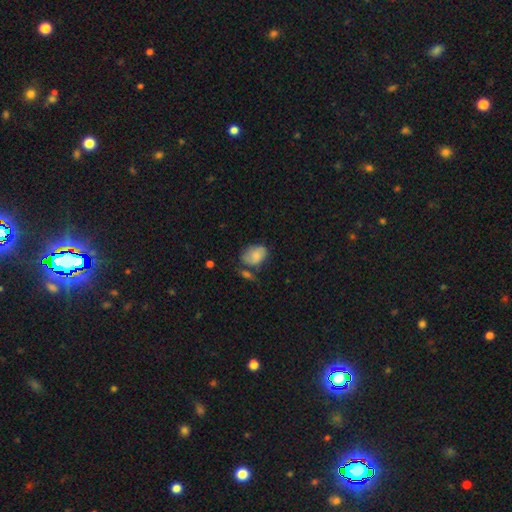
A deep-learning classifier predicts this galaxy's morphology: A smooth galaxy with no disk features (76%) that is in between round and cigar-shaped (79%). Merging: none (48%).